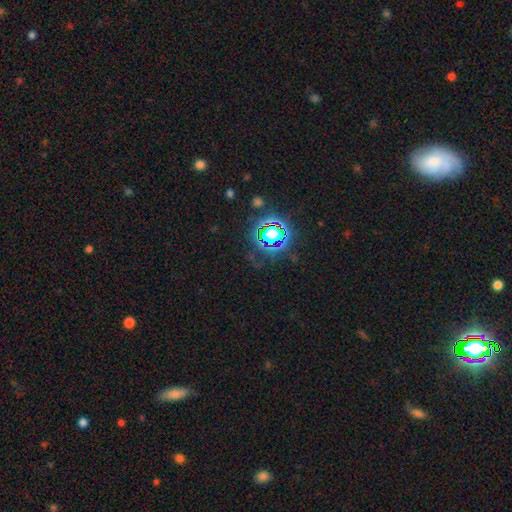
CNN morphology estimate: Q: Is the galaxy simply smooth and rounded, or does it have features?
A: star or artifact — 77%.